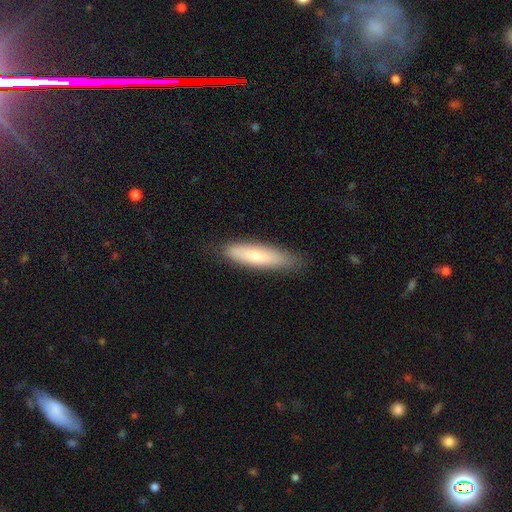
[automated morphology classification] type=smooth (67%); roundness=cigar-shaped (68%); merging=none (82%).